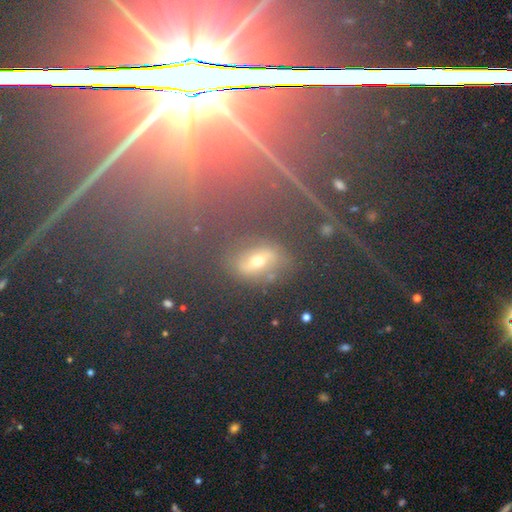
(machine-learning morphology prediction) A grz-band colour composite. It shows a star or artifact, not a galaxy (54%).